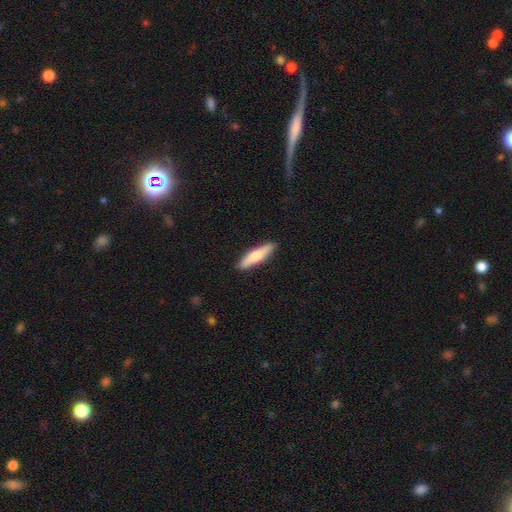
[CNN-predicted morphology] Smooth or featured? Predicted: smooth (p=0.65). How rounded? Predicted: cigar-shaped (p=0.74). Merging? Predicted: none (p=0.89).